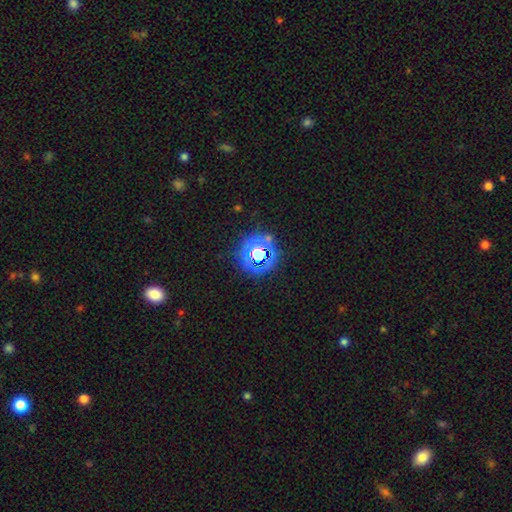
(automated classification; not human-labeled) Smooth or featured?
  - star or artifact: 71% *
  - smooth: 20%
  - featured or disk: 9%